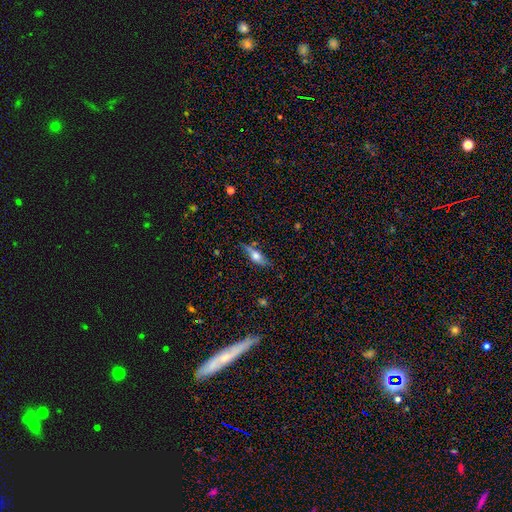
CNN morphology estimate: Smooth or featured? Predicted: smooth (p=0.51). How rounded? Predicted: in between (p=0.54). Merging? Predicted: none (p=0.69).